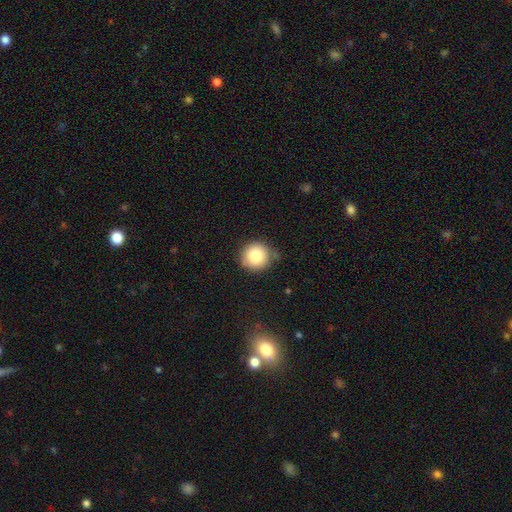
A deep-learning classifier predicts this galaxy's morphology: Smooth or featured?
  - smooth: 84% *
  - star or artifact: 9%
  - featured or disk: 7%
How rounded?
  - round: 93% *
  - in between: 6%
  - cigar-shaped: 1%
Merging?
  - none: 75% *
  - minor disturbance: 18%
  - major disturbance: 4%
  - merger: 3%